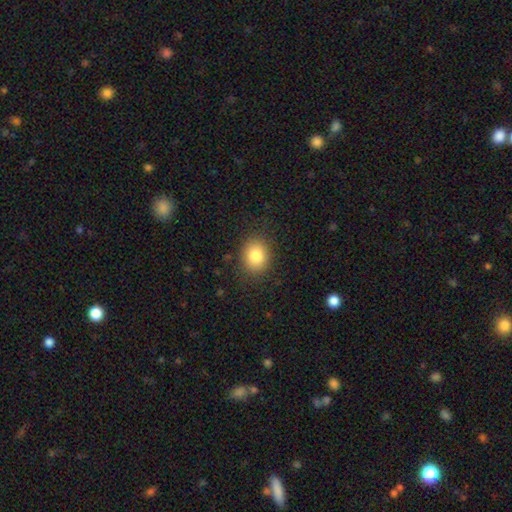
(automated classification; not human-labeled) Q: Smooth or featured?
A: smooth (83%); runner-up: star or artifact (9%)
Q: How rounded?
A: round (58%); runner-up: in between (41%)
Q: Merging?
A: none (86%); runner-up: minor disturbance (10%)